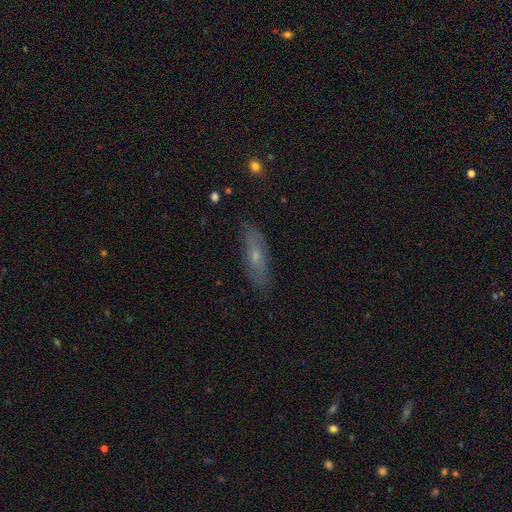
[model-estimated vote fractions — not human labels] Smooth or featured: featured or disk — 48% (smooth — 44%)
Merging: none — 82% (minor disturbance — 13%)